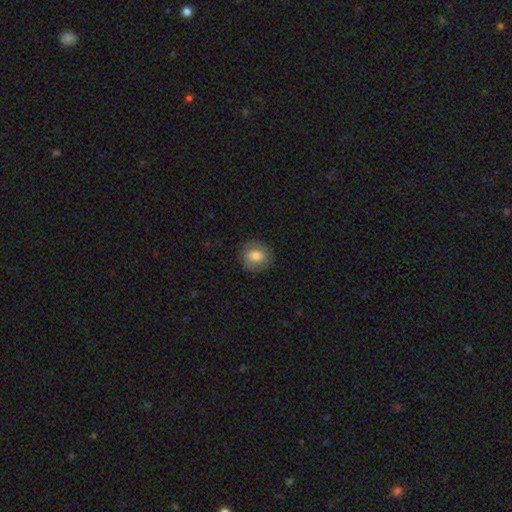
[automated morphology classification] Smooth or featured: smooth — 74% (featured or disk — 18%)
How rounded: round — 82% (in between — 17%)
Merging: none — 84% (minor disturbance — 11%)